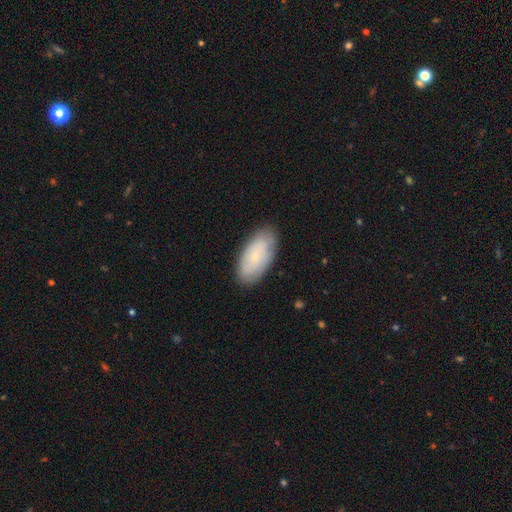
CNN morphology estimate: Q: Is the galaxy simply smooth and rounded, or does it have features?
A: smooth — 69%.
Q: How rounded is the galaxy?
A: in between — 93%.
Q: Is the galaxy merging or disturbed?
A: none — 82%.